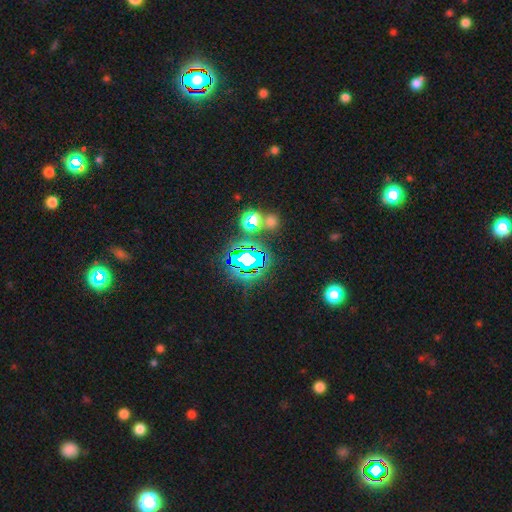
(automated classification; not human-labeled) A star or artifact, not a galaxy (72%).